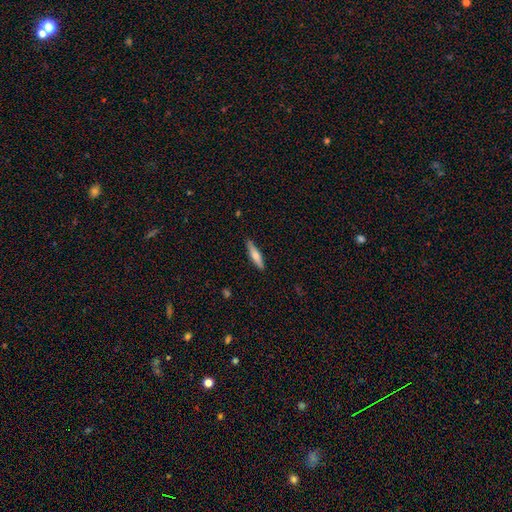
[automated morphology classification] Smooth or featured?
  - smooth: 61% *
  - featured or disk: 33%
  - star or artifact: 6%
How rounded?
  - cigar-shaped: 79% *
  - in between: 19%
  - round: 2%
Merging?
  - none: 87% *
  - minor disturbance: 10%
  - major disturbance: 2%
  - merger: 1%